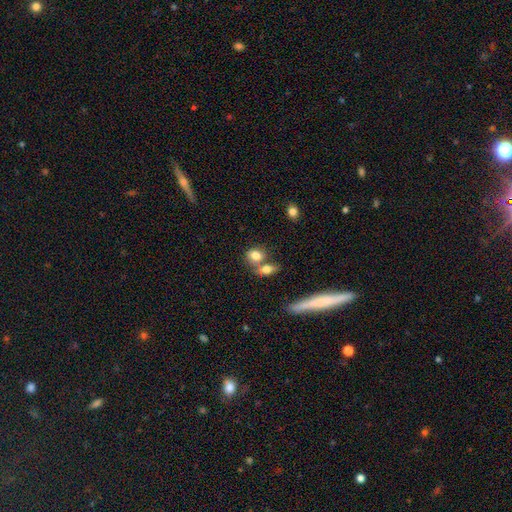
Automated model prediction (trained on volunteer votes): Smooth or featured?
  - smooth: 79% *
  - featured or disk: 12%
  - star or artifact: 9%
How rounded?
  - in between: 50% *
  - round: 48%
  - cigar-shaped: 2%
Merging?
  - merger: 47% *
  - none: 38%
  - minor disturbance: 10%
  - major disturbance: 4%